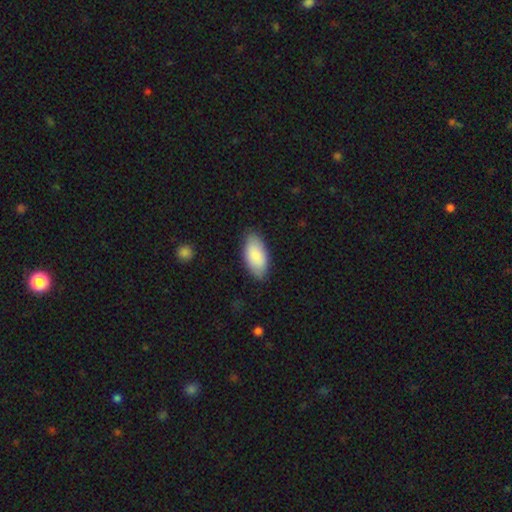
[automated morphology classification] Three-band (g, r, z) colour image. It shows a smooth galaxy with no disk features (83%) that is in between round and cigar-shaped (94%). Merging: none (81%).